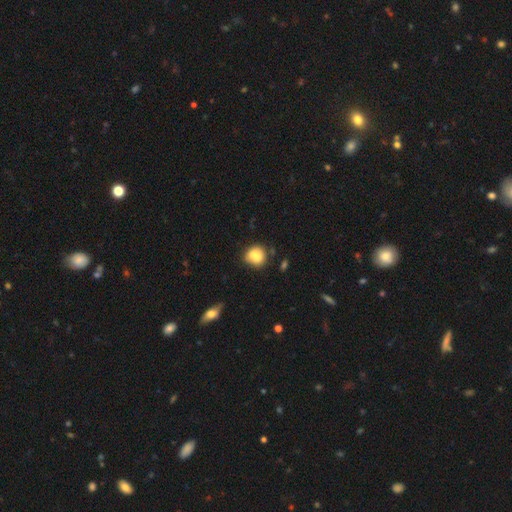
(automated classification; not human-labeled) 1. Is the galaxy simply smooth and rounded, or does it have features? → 76% smooth, 15% featured or disk, 9% star or artifact.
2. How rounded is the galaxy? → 78% round, 21% in between, 1% cigar-shaped.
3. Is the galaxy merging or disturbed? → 57% none, 21% minor disturbance, 16% merger, 6% major disturbance.